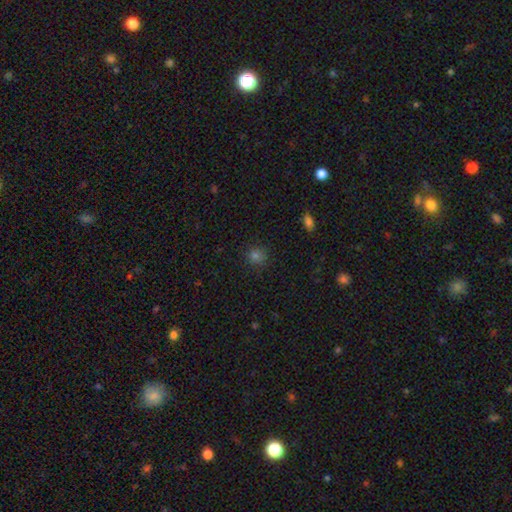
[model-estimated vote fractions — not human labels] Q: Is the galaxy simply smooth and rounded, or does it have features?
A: smooth — 76%.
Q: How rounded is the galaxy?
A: round — 90%.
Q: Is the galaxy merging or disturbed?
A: none — 88%.